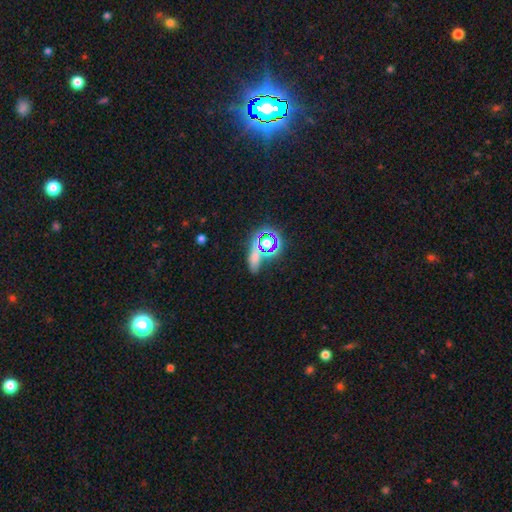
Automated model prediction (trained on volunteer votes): smooth 45%, star or artifact 42%, featured or disk 13%. Down the decision tree: merging — none (59%).